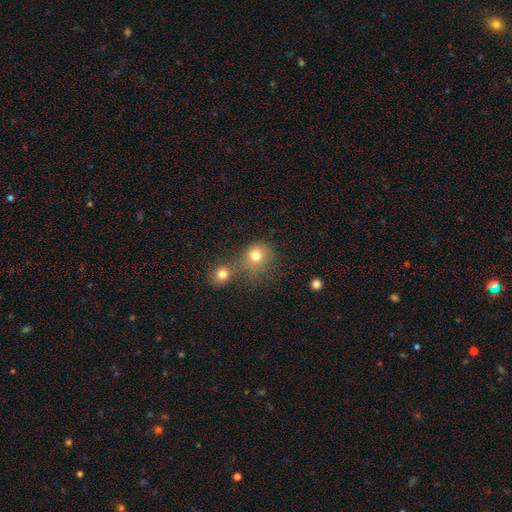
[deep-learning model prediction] smooth_or_featured: smooth (p=0.78) [alt: star or artifact p=0.12]
how_rounded: round (p=0.80) [alt: in between p=0.19]
merging: none (p=0.42) [alt: merger p=0.39]